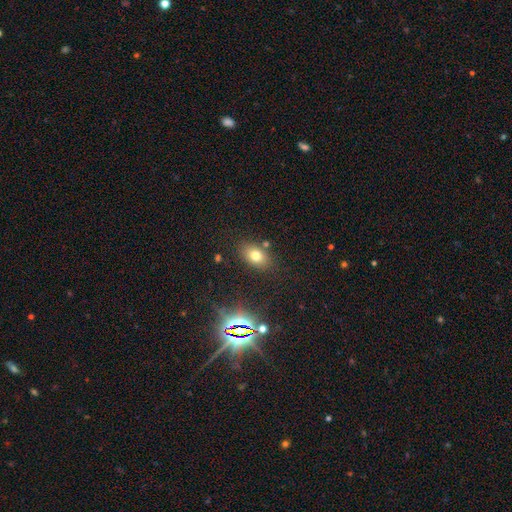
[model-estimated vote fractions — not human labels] Morphology: type=smooth (73%); roundness=in between (80%); merging=none (80%).